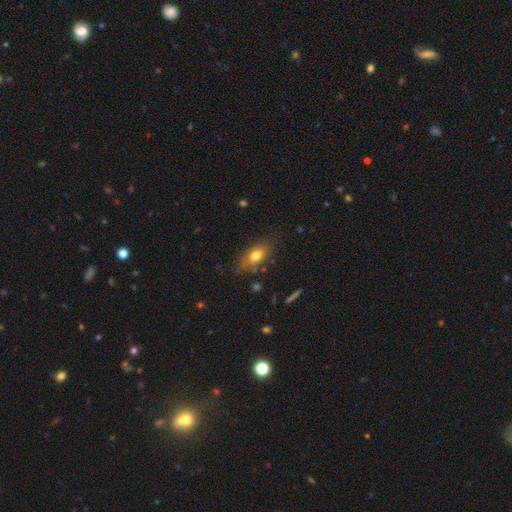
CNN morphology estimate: The model was most divided on "smooth or featured": smooth: 71%, featured or disk: 20%, star or artifact: 9%. More confident: how rounded — in between (83%); merging — none (72%).